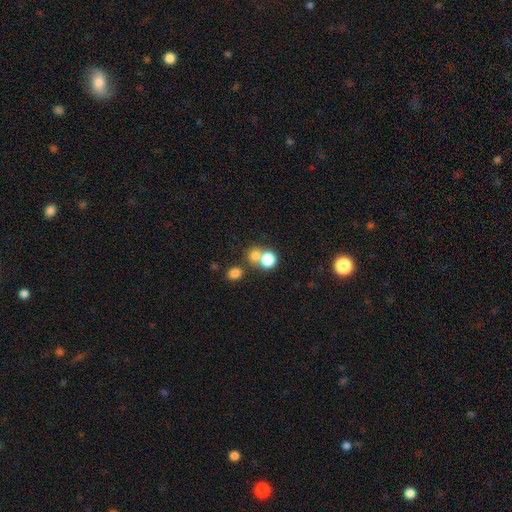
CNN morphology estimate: Q: Smooth or featured?
A: smooth (76%); runner-up: star or artifact (14%)
Q: How rounded?
A: round (82%); runner-up: in between (17%)
Q: Merging?
A: none (48%); runner-up: merger (42%)